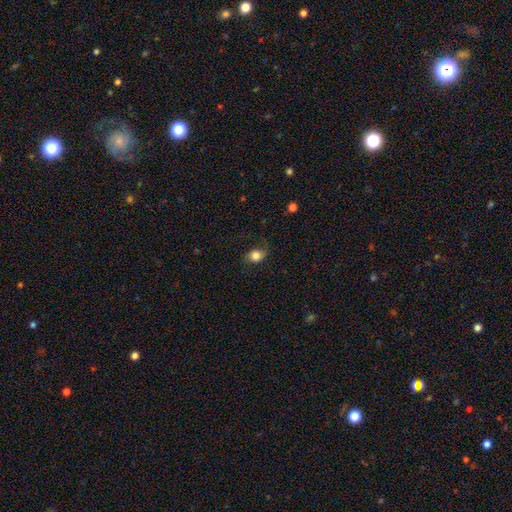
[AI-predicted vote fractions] smooth 80%, featured or disk 11%, star or artifact 9%. Down the decision tree: how rounded — in between (63%); merging — none (71%).